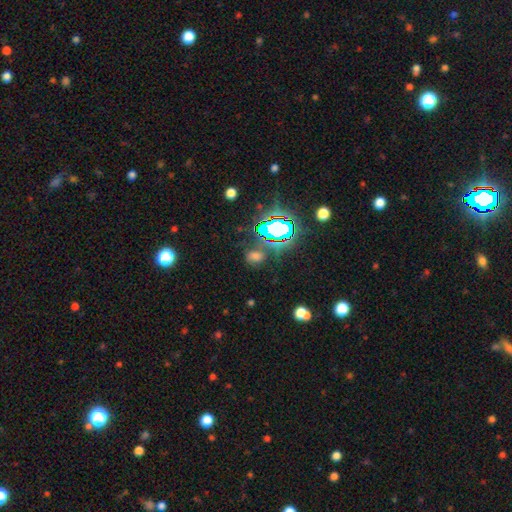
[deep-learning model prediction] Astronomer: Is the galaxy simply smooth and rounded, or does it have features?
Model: star or artifact — 45% (runner-up: smooth, 44%).